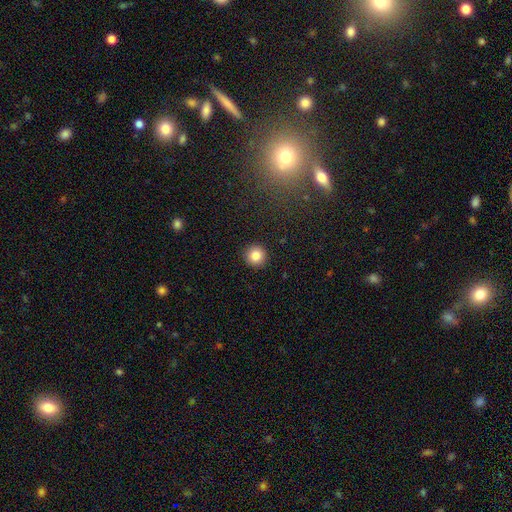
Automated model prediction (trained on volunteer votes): This appears to be a smooth galaxy with no disk features (85%) that is round (96%). Merging: none (93%).